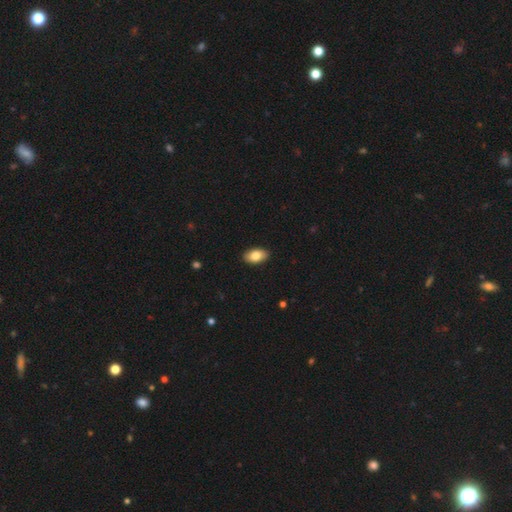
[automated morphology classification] Overall: smooth (84%). How rounded: in between (94%). Merging: none (91%).